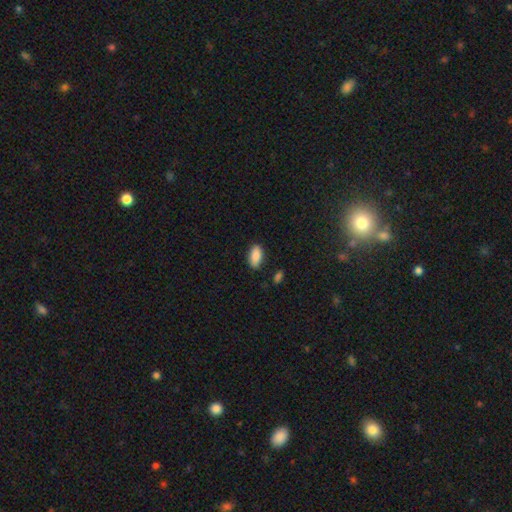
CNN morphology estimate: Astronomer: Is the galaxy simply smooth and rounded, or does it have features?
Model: smooth — 89%.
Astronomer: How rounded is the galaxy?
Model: in between — 92%.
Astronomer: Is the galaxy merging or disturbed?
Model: none — 83%.